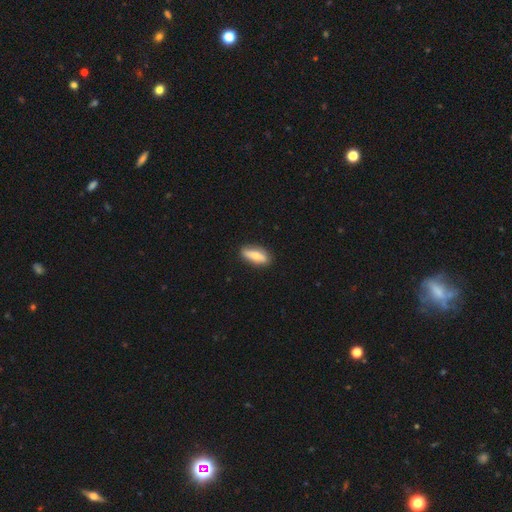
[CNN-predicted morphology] Q: Smooth or featured?
A: smooth (62%); runner-up: featured or disk (32%)
Q: How rounded?
A: in between (67%); runner-up: cigar-shaped (30%)
Q: Merging?
A: none (85%); runner-up: minor disturbance (12%)